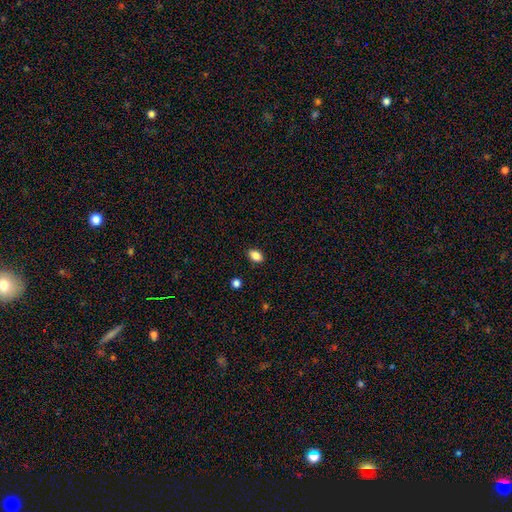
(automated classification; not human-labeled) smooth_or_featured: smooth (p=0.86) [alt: star or artifact p=0.09]
how_rounded: in between (p=0.84) [alt: round p=0.14]
merging: none (p=0.88) [alt: minor disturbance p=0.08]